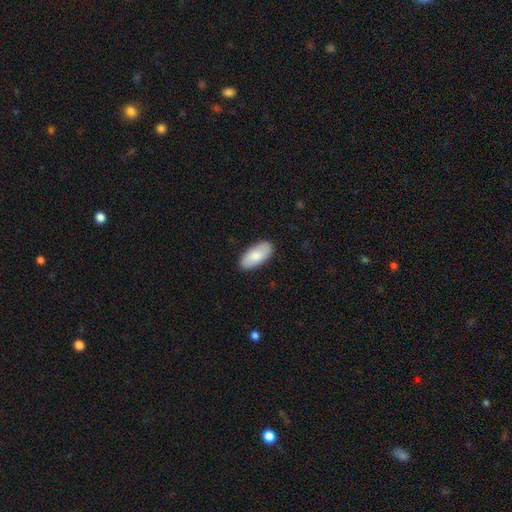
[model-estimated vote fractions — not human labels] Overall: smooth (81%). How rounded: in between (92%). Merging: none (87%).